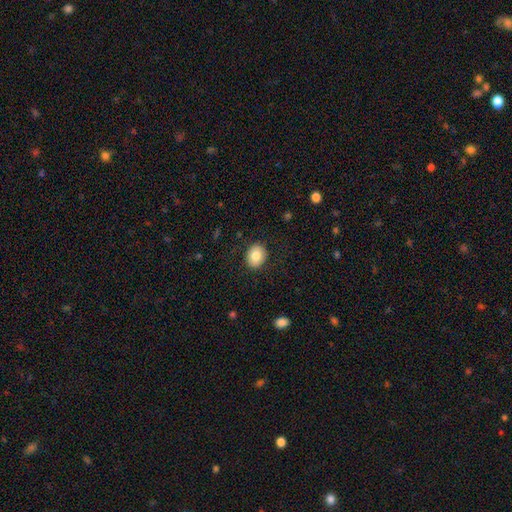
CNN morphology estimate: type=smooth (82%); roundness=round (54%); merging=none (87%).